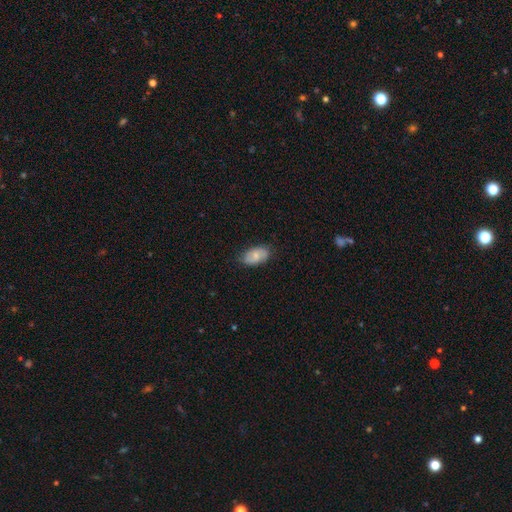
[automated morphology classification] smooth 67%, featured or disk 26%, star or artifact 7%. Down the decision tree: how rounded — in between (92%); merging — none (75%).